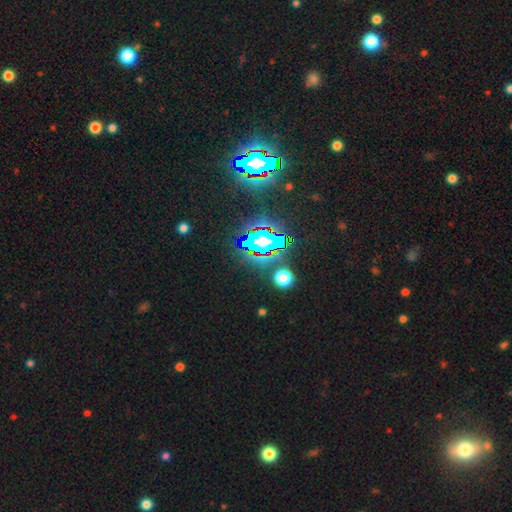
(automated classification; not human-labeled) A star or artifact, not a galaxy (82%).